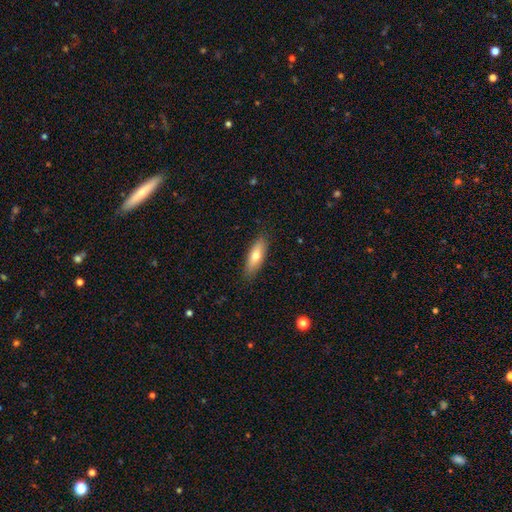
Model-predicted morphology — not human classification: This appears to be a smooth galaxy with no disk features (68%) that is in between round and cigar-shaped (56%). Merging: none (85%).